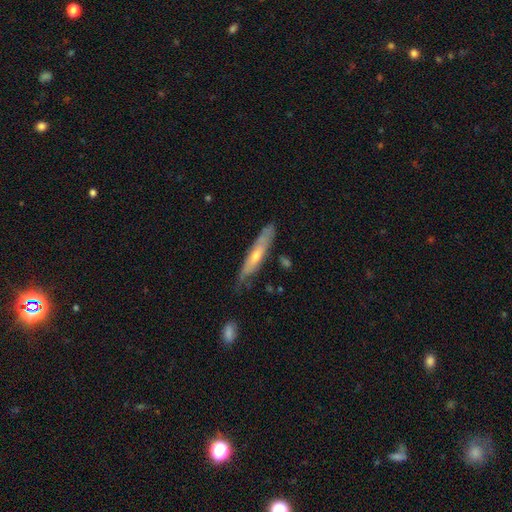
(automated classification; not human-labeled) Smooth or featured? featured or disk (56%)
Edge-on disk? yes (67%)
Merging? none (70%)